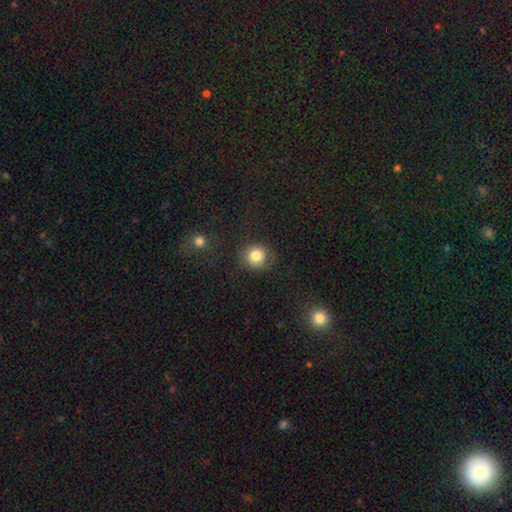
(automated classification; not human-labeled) smooth_or_featured: smooth (p=0.83) [alt: star or artifact p=0.10]
how_rounded: round (p=0.87) [alt: in between p=0.12]
merging: none (p=0.80) [alt: minor disturbance p=0.13]